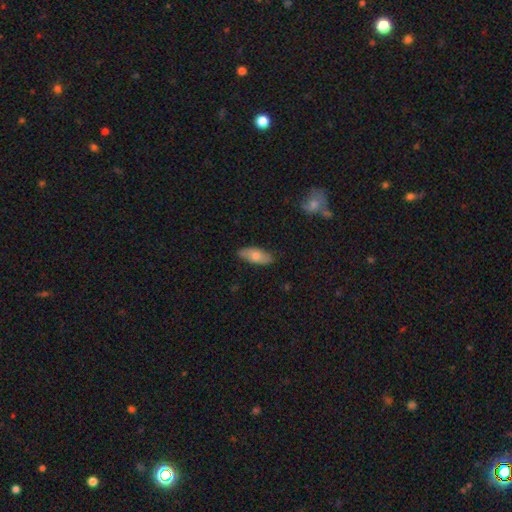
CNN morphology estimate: smooth-or-featured: smooth: 71% | featured or disk: 23% | star or artifact: 6%
  how-rounded: in between: 84% | cigar-shaped: 13% | round: 3%
  merging: none: 85% | minor disturbance: 12% | major disturbance: 2% | merger: 1%